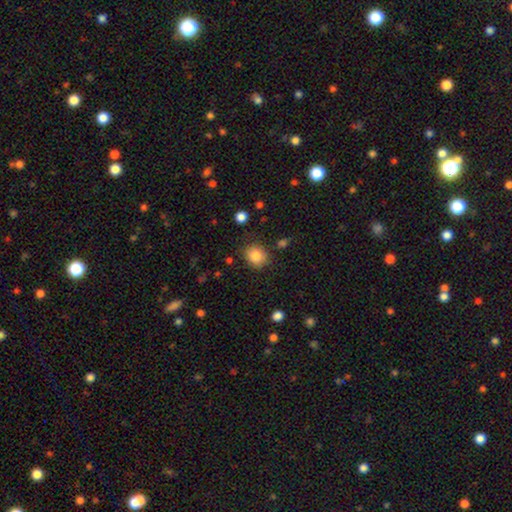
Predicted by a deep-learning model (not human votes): A smooth galaxy with no disk features (84%) that is round (73%). Merging: none (81%).